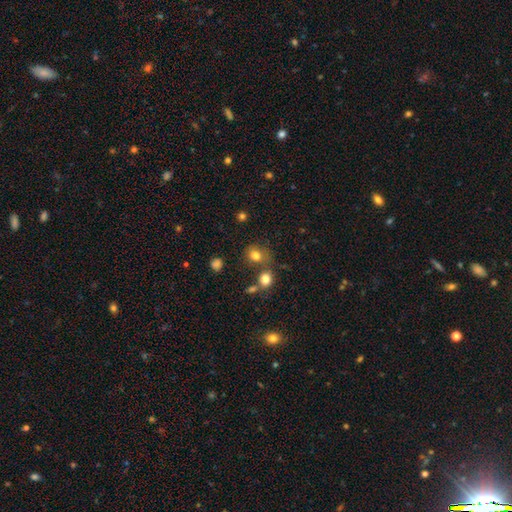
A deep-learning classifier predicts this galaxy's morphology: smooth-or-featured: smooth: 78% | star or artifact: 14% | featured or disk: 8%
  how-rounded: round: 70% | in between: 28% | cigar-shaped: 1%
  merging: none: 59% | merger: 20% | minor disturbance: 14% | major disturbance: 7%